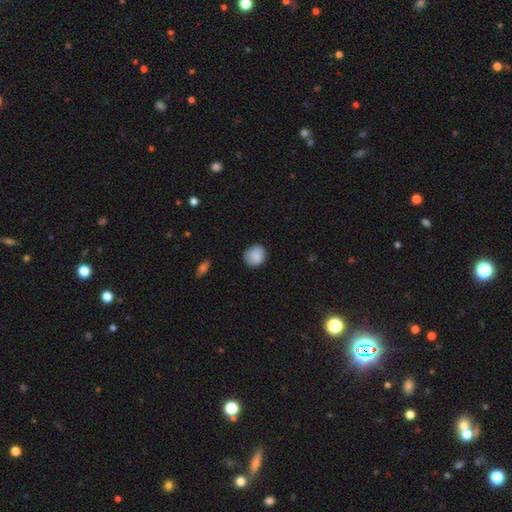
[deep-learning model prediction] smooth_or_featured: smooth (p=0.83) [alt: featured or disk p=0.10]
how_rounded: round (p=0.80) [alt: in between p=0.19]
merging: none (p=0.79) [alt: minor disturbance p=0.16]